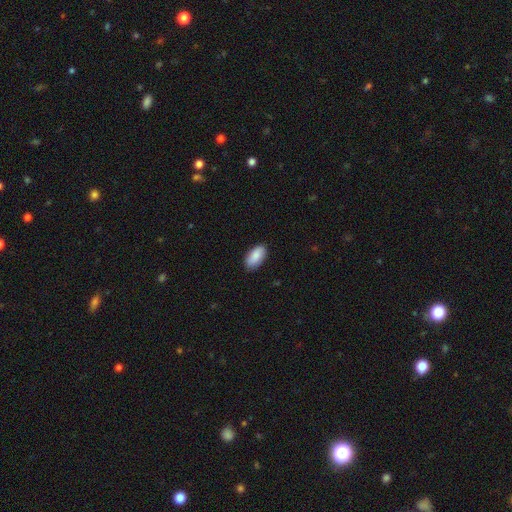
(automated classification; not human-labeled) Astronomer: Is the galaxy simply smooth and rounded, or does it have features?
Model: smooth — 88%.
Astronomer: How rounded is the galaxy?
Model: in between — 94%.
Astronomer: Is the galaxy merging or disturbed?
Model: none — 87%.